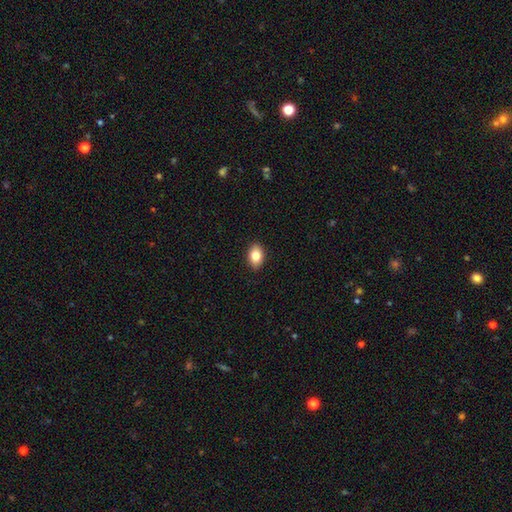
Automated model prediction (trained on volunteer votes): Morphology: type=smooth (83%); roundness=in between (85%); merging=none (90%).